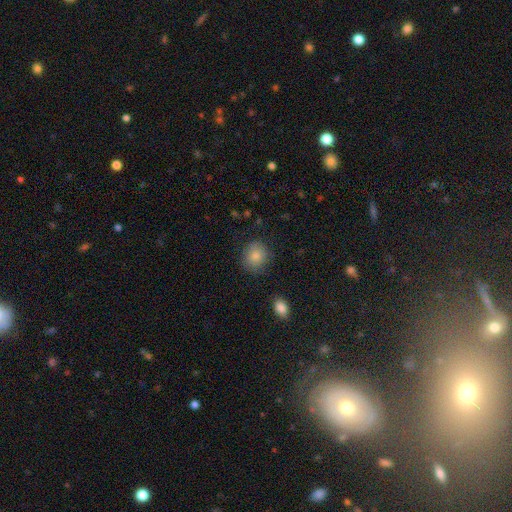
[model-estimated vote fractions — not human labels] Q: Smooth or featured?
A: smooth (84%); runner-up: star or artifact (9%)
Q: How rounded?
A: round (78%); runner-up: in between (21%)
Q: Merging?
A: none (84%); runner-up: minor disturbance (11%)